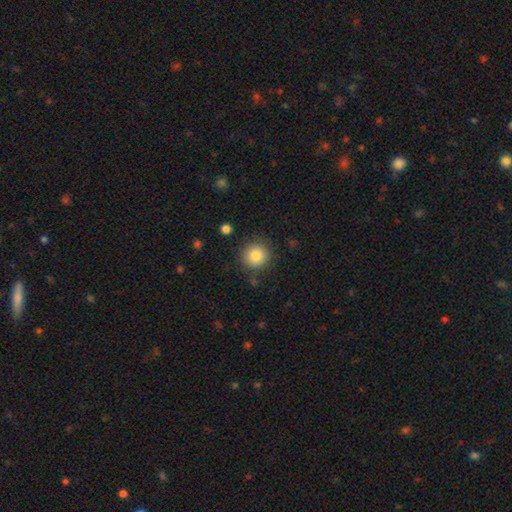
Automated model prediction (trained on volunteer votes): This appears to be a smooth galaxy with no disk features (83%) that is round (93%). Merging: none (86%).